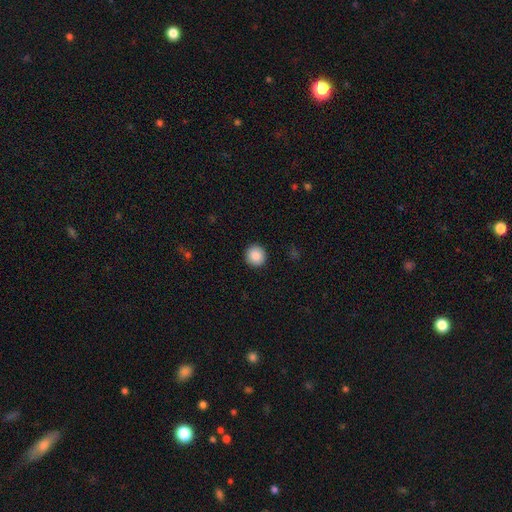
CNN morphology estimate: smooth-or-featured: smooth: 88% | star or artifact: 8% | featured or disk: 4%
  how-rounded: round: 94% | in between: 5% | cigar-shaped: 1%
  merging: none: 92% | minor disturbance: 5% | major disturbance: 2% | merger: 1%